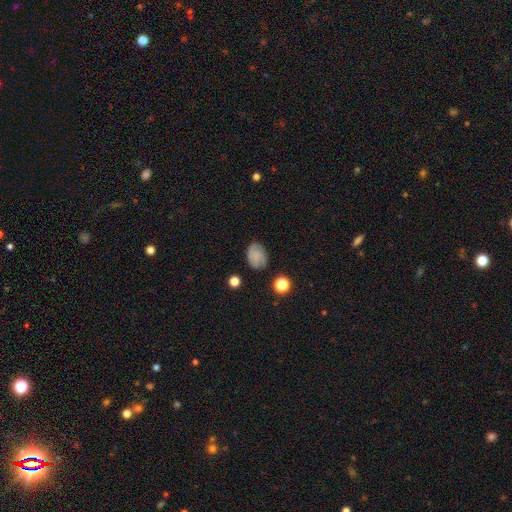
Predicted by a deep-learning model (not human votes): smooth_or_featured: smooth (p=0.51) [alt: featured or disk p=0.37]
how_rounded: in between (p=0.56) [alt: round p=0.43]
merging: none (p=0.75) [alt: minor disturbance p=0.17]